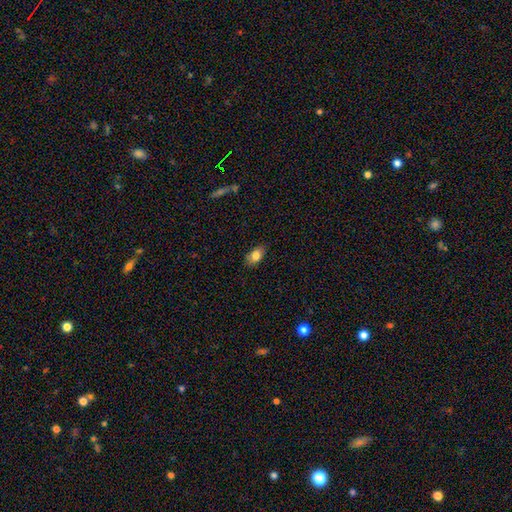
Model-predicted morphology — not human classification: Overall: smooth (80%). How rounded: in between (88%). Merging: none (80%).